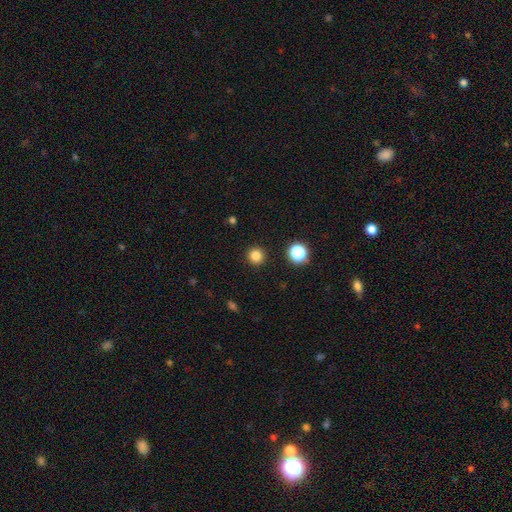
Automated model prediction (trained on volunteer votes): smooth-or-featured: smooth: 83% | star or artifact: 13% | featured or disk: 4%
  how-rounded: round: 95% | in between: 4% | cigar-shaped: 1%
  merging: none: 92% | minor disturbance: 4% | major disturbance: 2% | merger: 1%